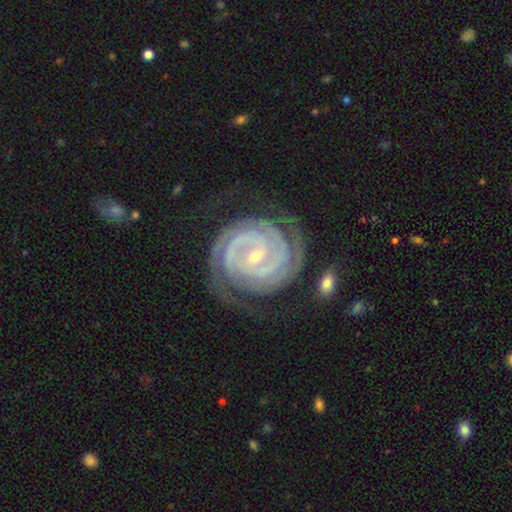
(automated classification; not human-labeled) smooth-or-featured: featured or disk: 93% | star or artifact: 4% | smooth: 3%
  disk-edge-on: no: 98% | yes: 2%
    bar: weak: 40% | strong: 34% | no: 26%
    has-spiral-arms: yes: 99% | no: 1%
      spiral-winding: tight: 83% | medium: 15% | loose: 2%
      spiral-arm-count: 2: 57% | 3: 16% | can't tell: 9% | 4: 8% | more than 4: 5% | 1: 4%
    bulge-size: small: 72% | moderate: 25% | large: 1% | none: 1% | dominant: 1%
  merging: none: 76% | minor disturbance: 16% | major disturbance: 7% | merger: 2%